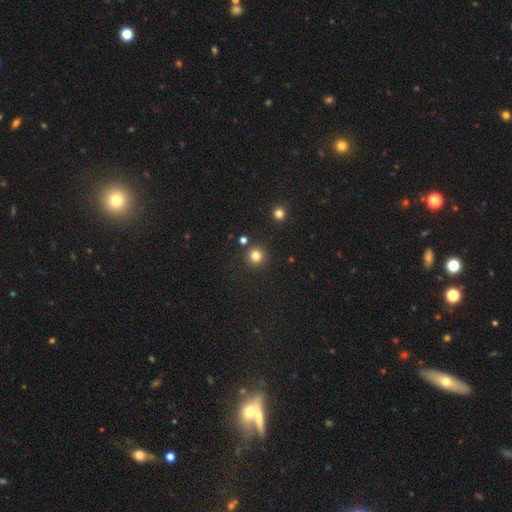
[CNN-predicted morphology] Smooth or featured?
  - smooth: 81% *
  - star or artifact: 14%
  - featured or disk: 5%
How rounded?
  - round: 94% *
  - in between: 5%
  - cigar-shaped: 1%
Merging?
  - none: 89% *
  - minor disturbance: 6%
  - merger: 3%
  - major disturbance: 2%